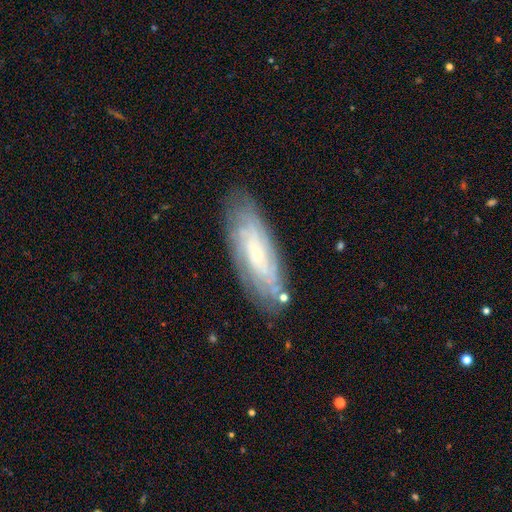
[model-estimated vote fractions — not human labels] Smooth or featured? featured or disk (75%)
Edge-on disk? no (87%)
Bar? no (75%)
Spiral arms? yes (92%)
Spiral winding? tight (74%)
Spiral arm count? can't tell (48%)
Bulge size? small (83%)
Merging? none (79%)